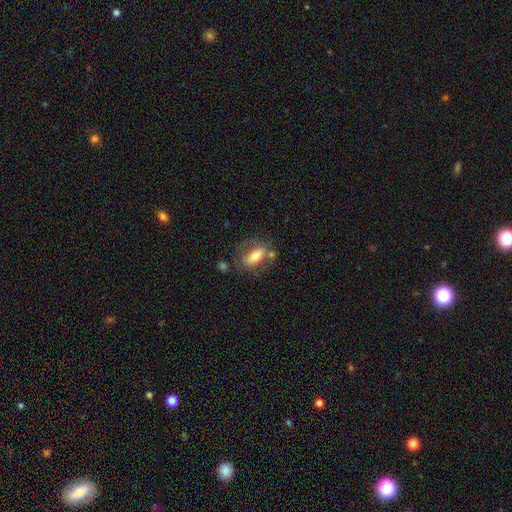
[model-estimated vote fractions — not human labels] Smooth or featured? smooth (52%)
How rounded? in between (78%)
Merging? none (57%)